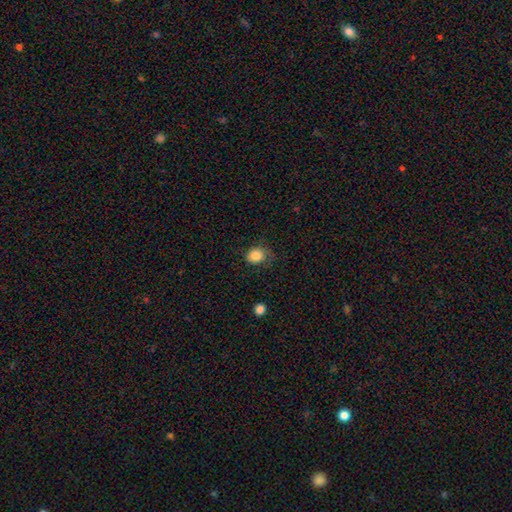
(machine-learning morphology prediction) Smooth or featured: smooth — 84% (star or artifact — 10%)
How rounded: round — 65% (in between — 34%)
Merging: none — 65% (minor disturbance — 25%)